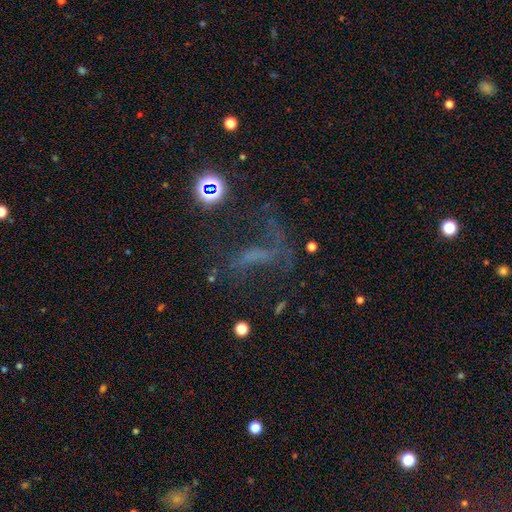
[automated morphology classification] smooth_or_featured: featured or disk (p=0.45) [alt: star or artifact p=0.36]
merging: none (p=0.40) [alt: major disturbance p=0.38]